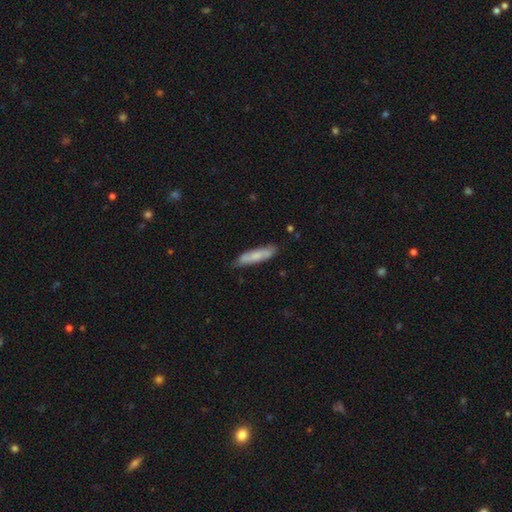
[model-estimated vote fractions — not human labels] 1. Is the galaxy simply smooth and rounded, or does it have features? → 69% smooth, 25% featured or disk, 6% star or artifact.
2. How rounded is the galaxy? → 76% cigar-shaped, 23% in between, 1% round.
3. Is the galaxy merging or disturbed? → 79% none, 16% minor disturbance, 3% major disturbance, 2% merger.